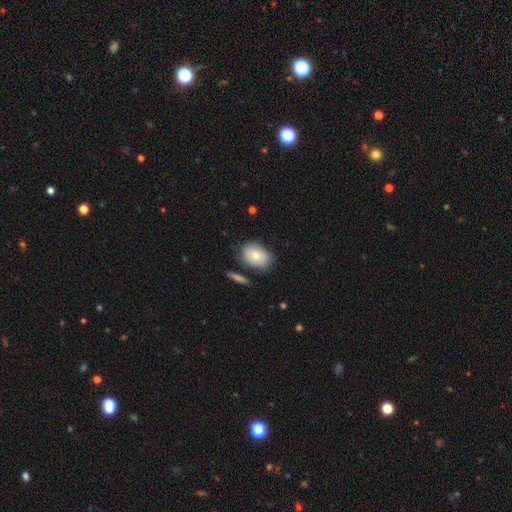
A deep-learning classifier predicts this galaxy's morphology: smooth 74%, featured or disk 18%, star or artifact 8%. Down the decision tree: how rounded — in between (75%); merging — none (76%).